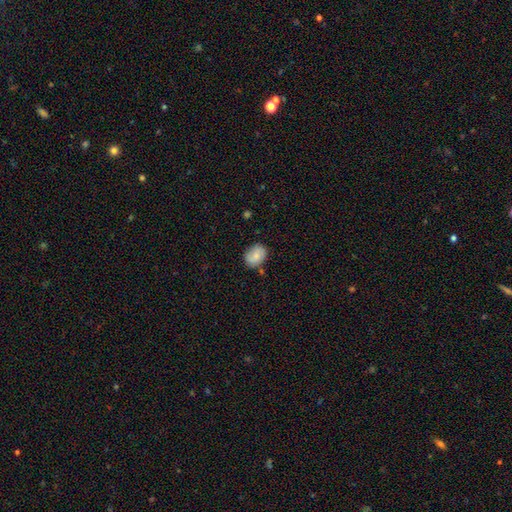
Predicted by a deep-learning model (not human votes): Smooth or featured? smooth (76%)
How rounded? in between (57%)
Merging? none (74%)